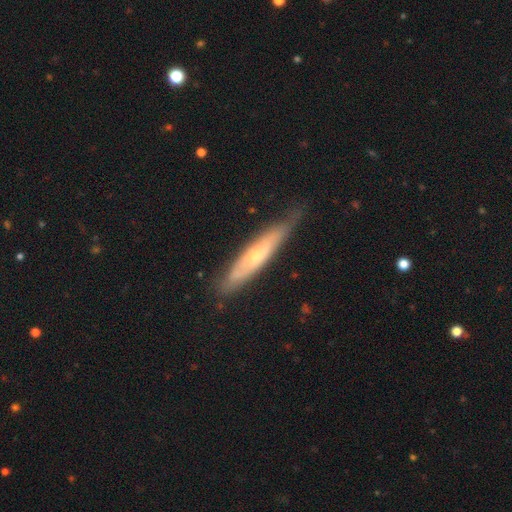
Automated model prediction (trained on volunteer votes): A featured or disk galaxy (58%) viewed edge-on (66%). Merging: none (72%).